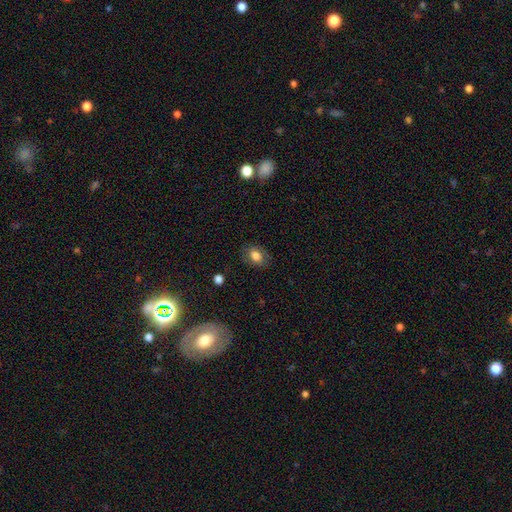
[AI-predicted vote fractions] smooth_or_featured: smooth (p=0.79) [alt: featured or disk p=0.12]
how_rounded: in between (p=0.72) [alt: round p=0.27]
merging: none (p=0.82) [alt: minor disturbance p=0.13]